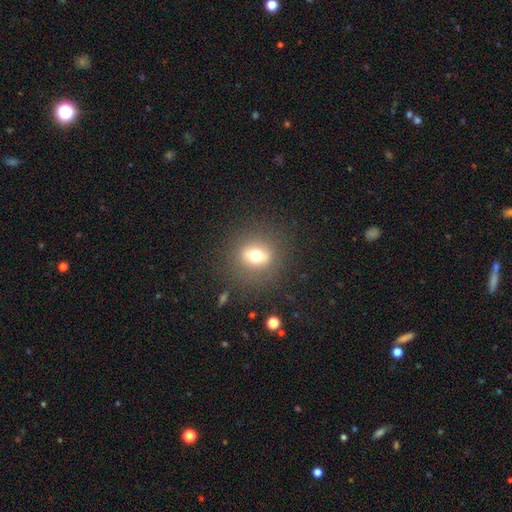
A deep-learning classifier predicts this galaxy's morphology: This is possibly a smooth galaxy (58%). How rounded: likely round (72%). Merging: clearly none (84%).